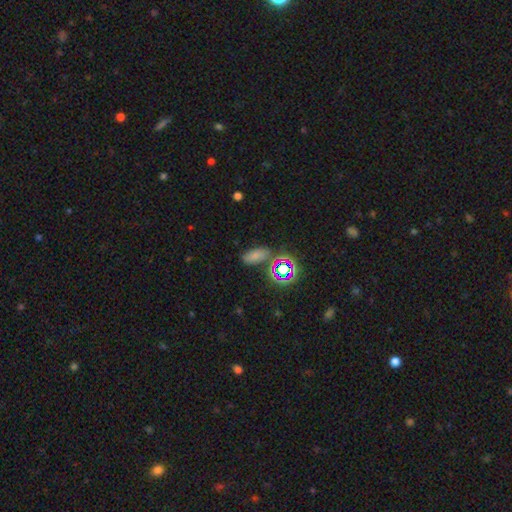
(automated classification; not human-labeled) Smooth or featured? Predicted: smooth (p=0.59). How rounded? Predicted: in between (p=0.82). Merging? Predicted: none (p=0.60).